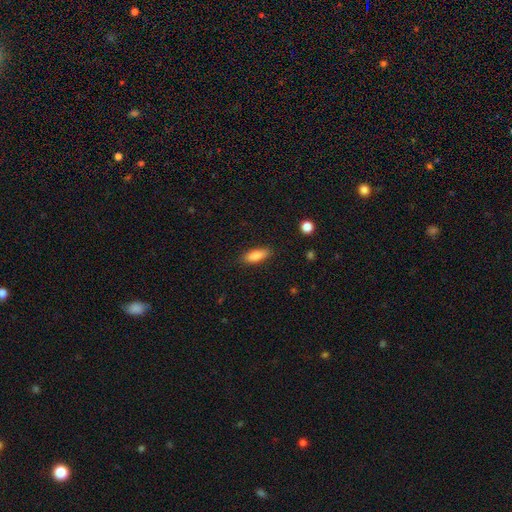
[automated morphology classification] type=smooth (86%); roundness=in between (70%); merging=none (86%).